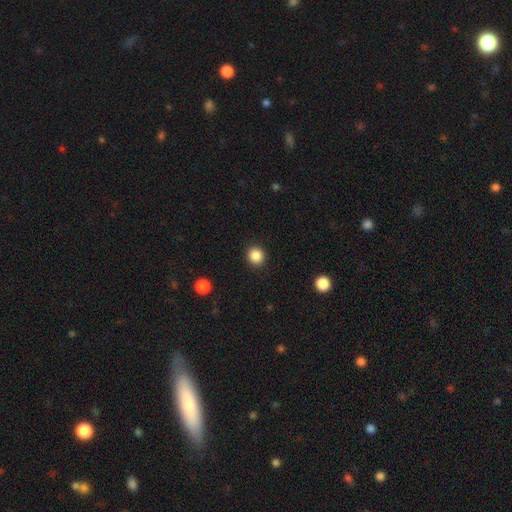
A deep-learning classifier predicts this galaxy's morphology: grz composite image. It shows a smooth galaxy with no disk features (87%) that is round (89%). Merging: none (91%).